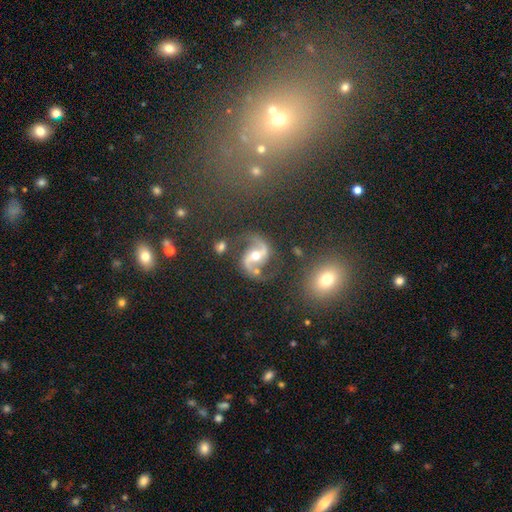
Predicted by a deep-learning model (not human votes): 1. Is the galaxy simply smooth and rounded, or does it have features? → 89% featured or disk, 7% star or artifact, 4% smooth.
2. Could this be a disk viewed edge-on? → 98% no, 2% yes.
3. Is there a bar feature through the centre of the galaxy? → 43% no, 32% weak, 25% strong.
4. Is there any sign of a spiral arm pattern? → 98% yes, 2% no.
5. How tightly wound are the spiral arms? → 53% loose, 40% medium, 7% tight.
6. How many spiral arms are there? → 95% 2, 1% 1, 1% can't tell, 1% 3, 1% 4, 1% more than 4.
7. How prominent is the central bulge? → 70% moderate, 22% small, 5% large, 1% none, 1% dominant.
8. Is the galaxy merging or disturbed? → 75% none, 13% minor disturbance, 7% major disturbance, 5% merger.